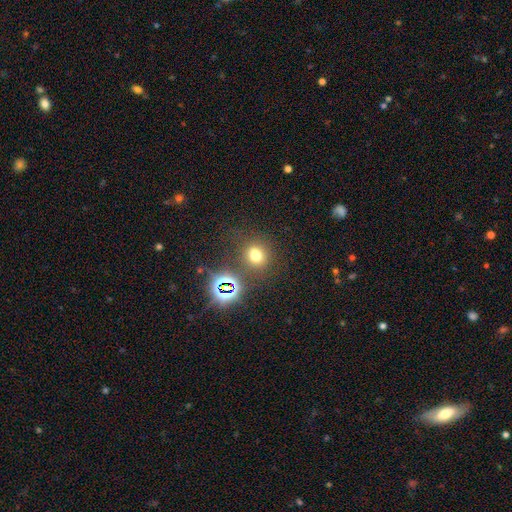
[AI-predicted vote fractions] smooth_or_featured: smooth (p=0.63) [alt: star or artifact p=0.27]
how_rounded: round (p=0.74) [alt: in between p=0.24]
merging: none (p=0.72) [alt: merger p=0.12]